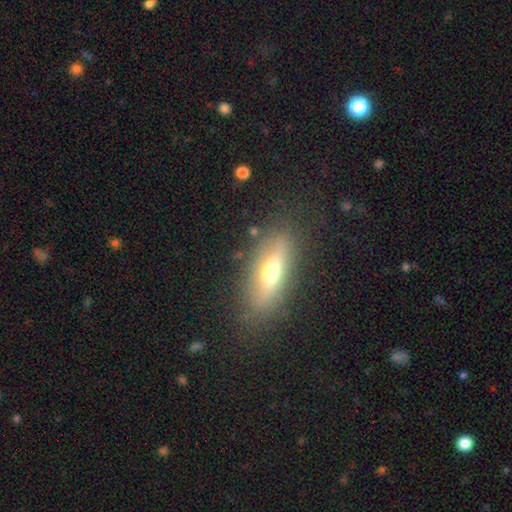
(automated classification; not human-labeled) This is possibly a smooth galaxy (50%). Merging: clearly none (82%).